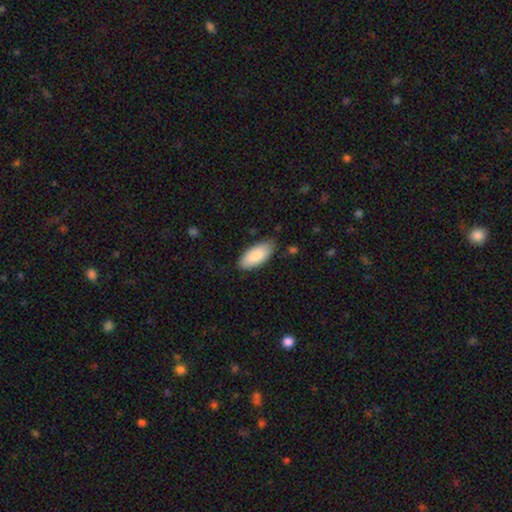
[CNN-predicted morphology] Smooth or featured?
  - smooth: 86% *
  - featured or disk: 8%
  - star or artifact: 6%
How rounded?
  - in between: 91% *
  - cigar-shaped: 8%
  - round: 2%
Merging?
  - none: 81% *
  - minor disturbance: 15%
  - major disturbance: 3%
  - merger: 1%